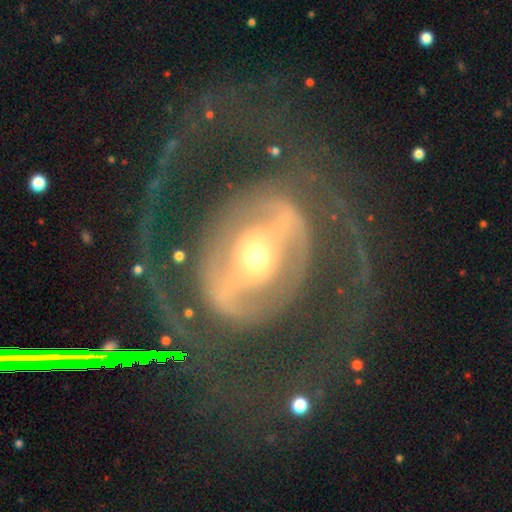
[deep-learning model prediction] This appears to be a featured or disk galaxy (83%) with a strong bar (61%), 2 (81%) medium (45%) spiral arms (71%) and a moderate central bulge (64%). Merging: none (66%).